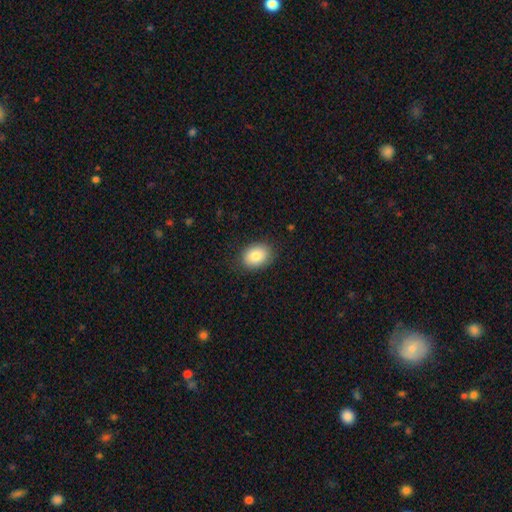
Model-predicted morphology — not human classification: The model was most divided on "how rounded": in between: 71%, round: 28%, cigar-shaped: 1%. More confident: merging — none (85%); smooth or featured — smooth (85%).